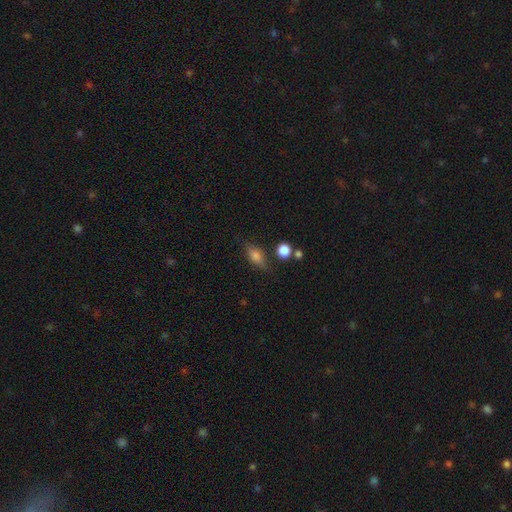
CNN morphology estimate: The model was most divided on "smooth or featured": smooth: 70%, featured or disk: 20%, star or artifact: 10%. More confident: how rounded — in between (73%); merging — none (71%).